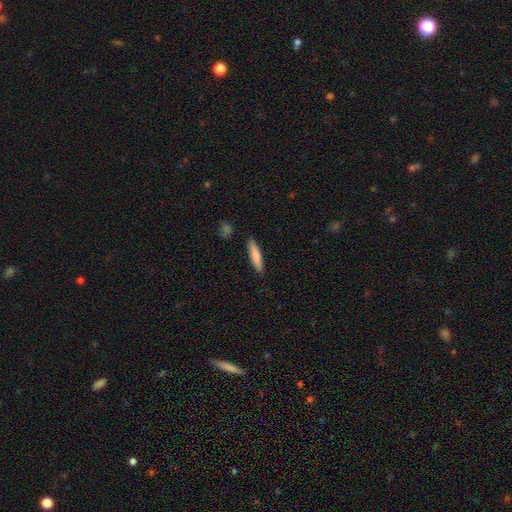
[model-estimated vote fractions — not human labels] This is clearly a smooth galaxy (80%). How rounded: clearly cigar-shaped (86%). Merging: clearly none (88%).